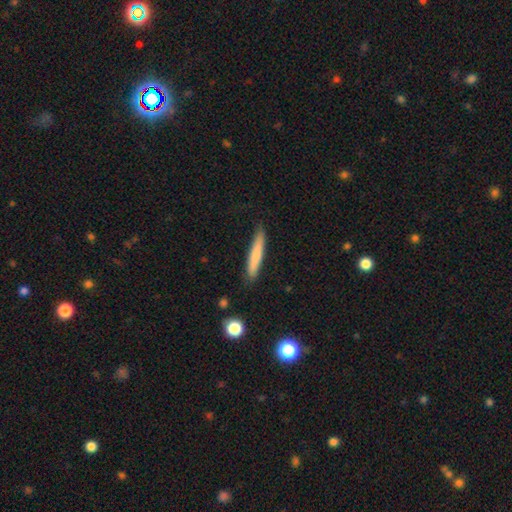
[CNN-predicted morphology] Smooth or featured? smooth (74%)
How rounded? cigar-shaped (93%)
Merging? none (85%)